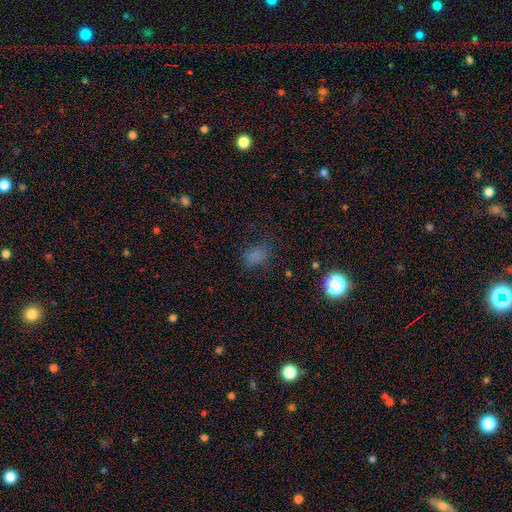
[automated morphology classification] Smooth or featured: smooth — 71% (star or artifact — 21%)
How rounded: in between — 66% (round — 32%)
Merging: none — 67% (minor disturbance — 21%)